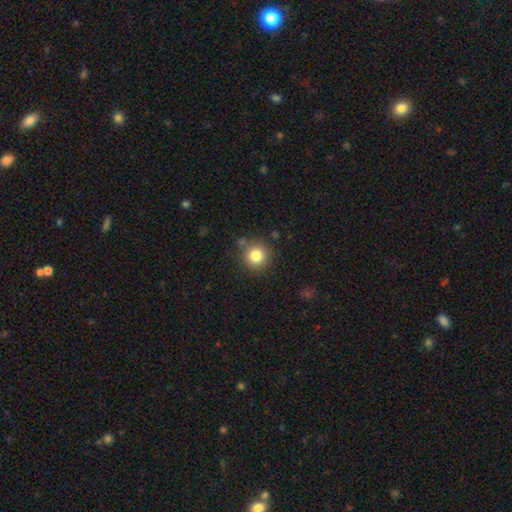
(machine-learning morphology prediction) Smooth or featured?
  - smooth: 81% *
  - star or artifact: 11%
  - featured or disk: 7%
How rounded?
  - round: 93% *
  - in between: 6%
  - cigar-shaped: 1%
Merging?
  - none: 82% *
  - minor disturbance: 10%
  - merger: 4%
  - major disturbance: 3%